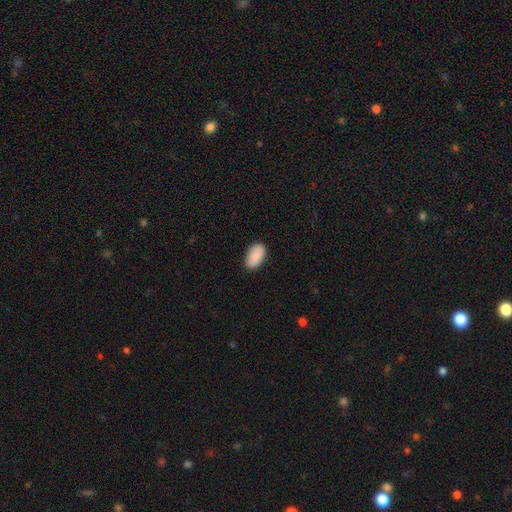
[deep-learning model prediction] smooth 90%, star or artifact 6%, featured or disk 4%. Down the decision tree: how rounded — in between (94%); merging — none (80%).